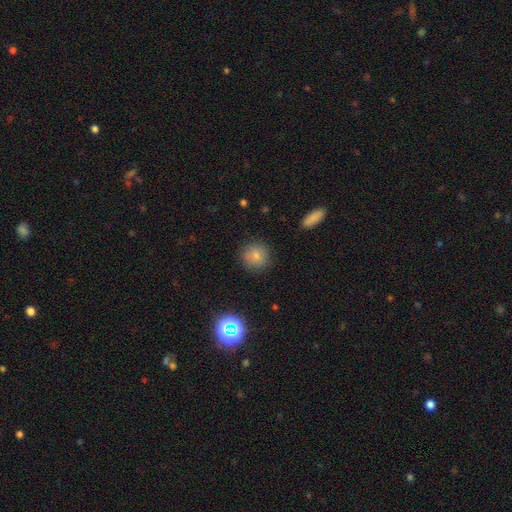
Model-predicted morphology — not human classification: Smooth or featured? Predicted: smooth (p=0.78). How rounded? Predicted: round (p=0.91). Merging? Predicted: none (p=0.86).